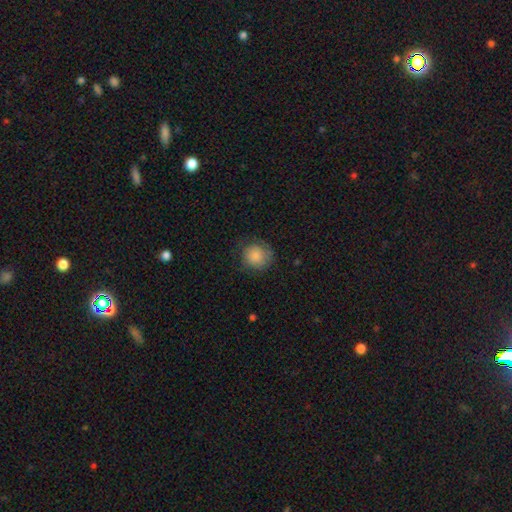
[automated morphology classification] This appears to be a smooth galaxy with no disk features (83%) that is round (89%). Merging: none (74%).